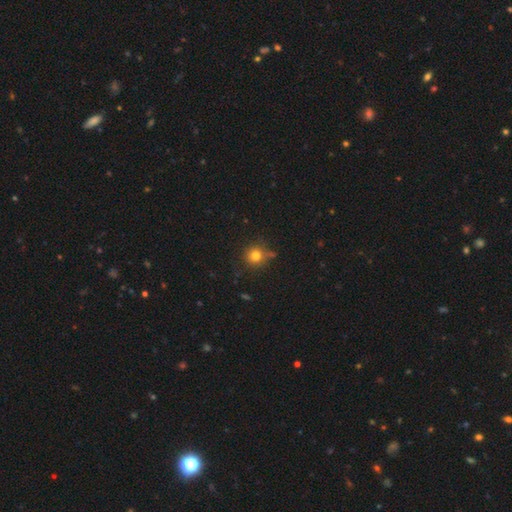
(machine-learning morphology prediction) A smooth galaxy with no disk features (78%) that is round (92%). Merging: none (78%).